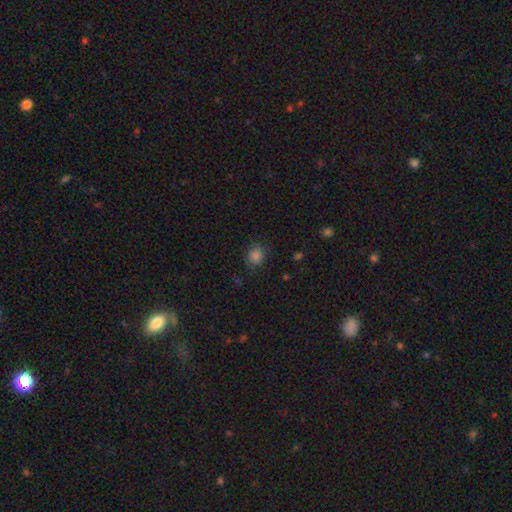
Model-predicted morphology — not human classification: smooth_or_featured: smooth (p=0.81) [alt: star or artifact p=0.14]
how_rounded: round (p=0.72) [alt: in between p=0.27]
merging: none (p=0.80) [alt: minor disturbance p=0.15]